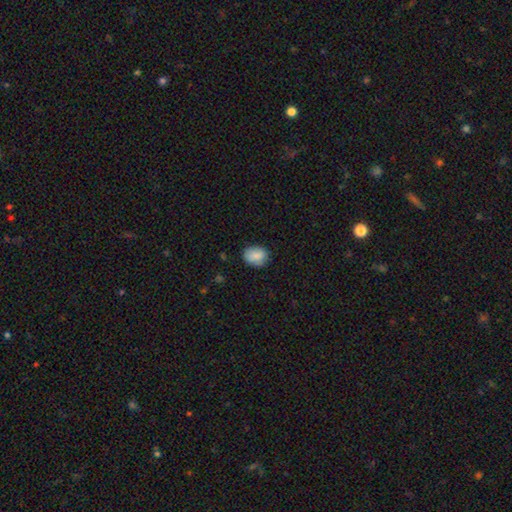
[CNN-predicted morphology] Smooth or featured? Predicted: smooth (p=0.86). How rounded? Predicted: in between (p=0.65). Merging? Predicted: none (p=0.77).